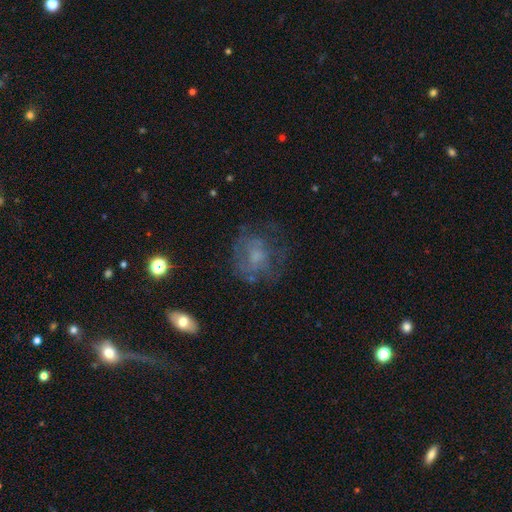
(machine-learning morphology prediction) Q: Smooth or featured?
A: featured or disk (43%); runner-up: smooth (42%)
Q: Merging?
A: none (55%); runner-up: major disturbance (23%)